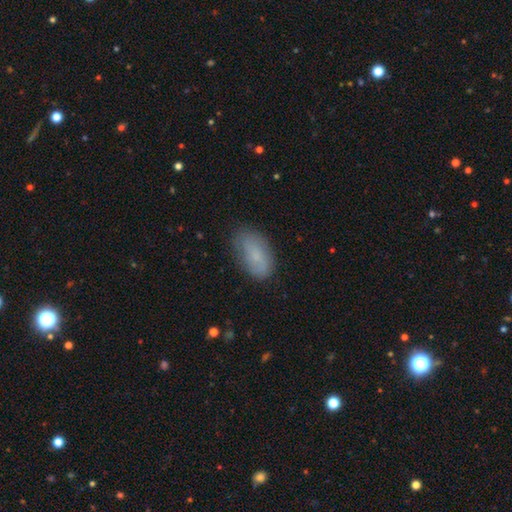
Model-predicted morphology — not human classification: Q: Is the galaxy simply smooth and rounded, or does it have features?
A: smooth — 74%.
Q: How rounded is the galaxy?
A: in between — 93%.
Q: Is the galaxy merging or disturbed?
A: none — 75%.